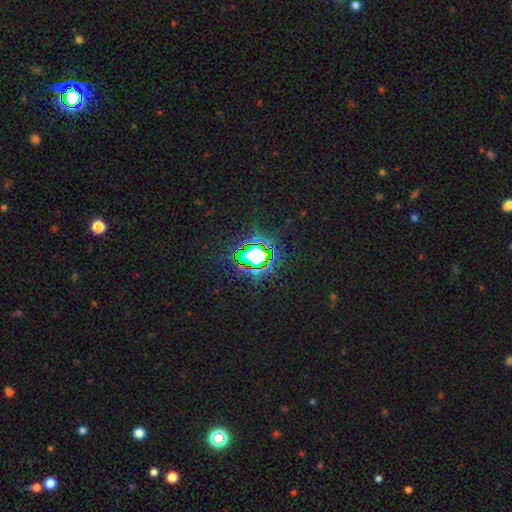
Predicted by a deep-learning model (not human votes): Smooth or featured? Predicted: star or artifact (p=0.76).